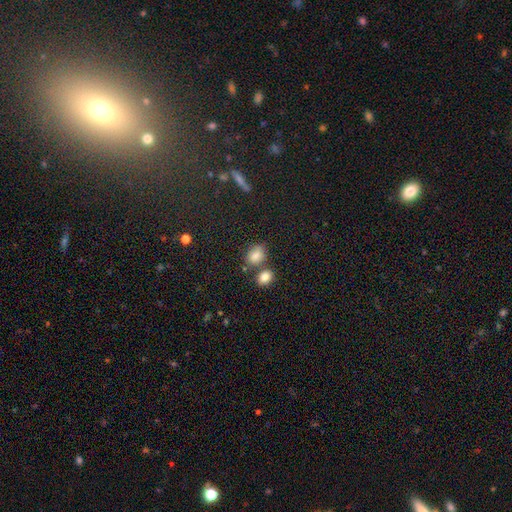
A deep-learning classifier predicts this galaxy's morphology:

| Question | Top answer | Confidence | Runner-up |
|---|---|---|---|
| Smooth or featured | smooth | 80% | star or artifact (12%) |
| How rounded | in between | 57% | round (42%) |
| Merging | none | 59% | merger (21%) |